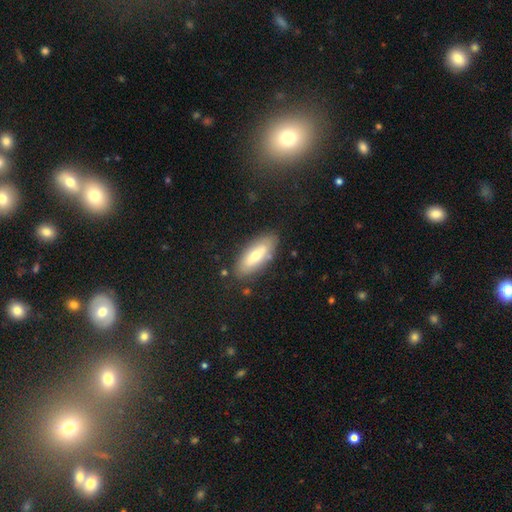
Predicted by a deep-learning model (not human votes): This is possibly a smooth galaxy (60%). How rounded: likely in between (75%). Merging: clearly none (81%).